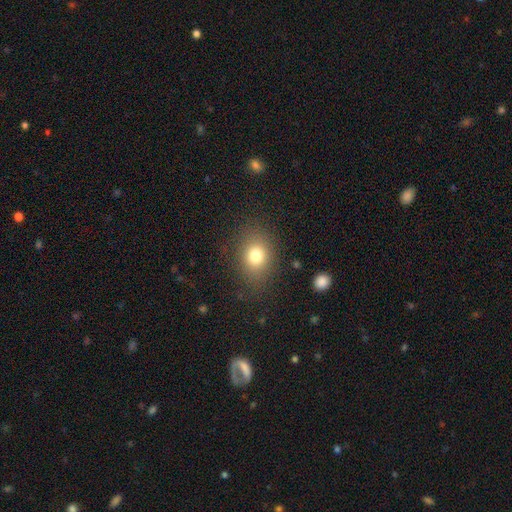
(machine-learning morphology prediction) This appears to be a smooth galaxy with no disk features (78%) that is in between round and cigar-shaped (54%). Merging: none (81%).